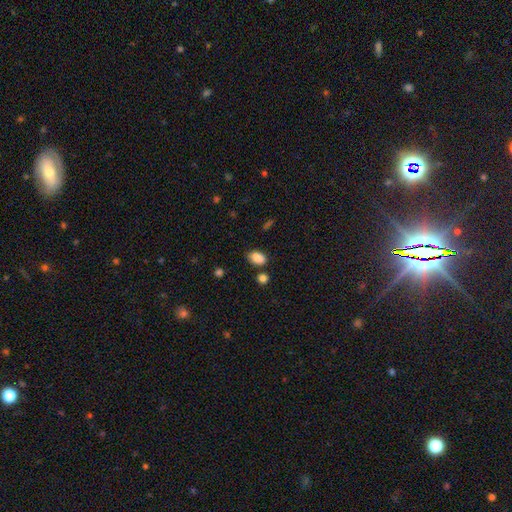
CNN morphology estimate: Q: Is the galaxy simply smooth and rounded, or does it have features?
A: smooth — 86%.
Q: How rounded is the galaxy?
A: in between — 84%.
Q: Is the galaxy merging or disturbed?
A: none — 70%.